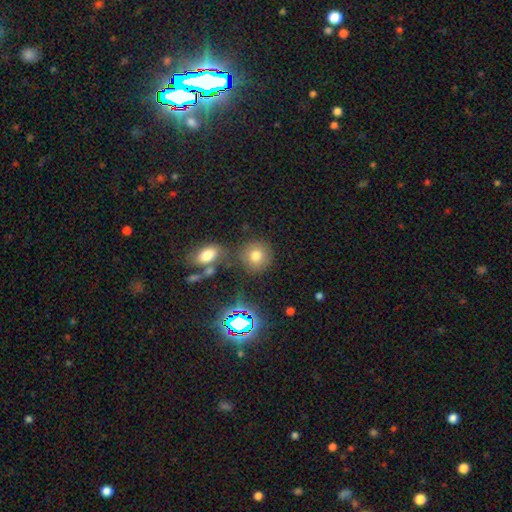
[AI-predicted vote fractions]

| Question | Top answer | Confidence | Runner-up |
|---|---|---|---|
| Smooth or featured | smooth | 71% | star or artifact (17%) |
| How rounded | round | 89% | in between (10%) |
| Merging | none | 75% | minor disturbance (10%) |